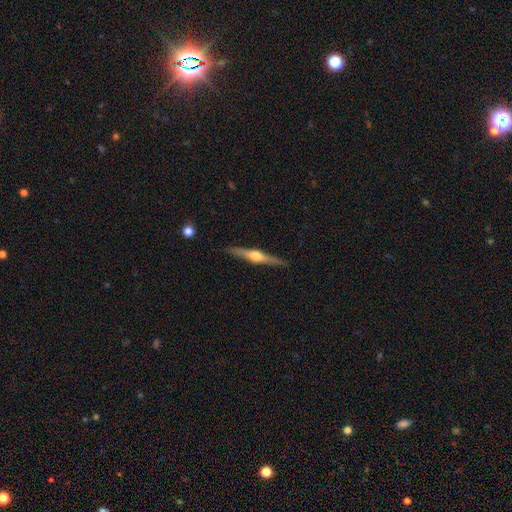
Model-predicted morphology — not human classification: Smooth or featured? featured or disk (73%)
Edge-on disk? yes (98%)
Edge-on bulge? rounded (92%)
Merging? none (90%)